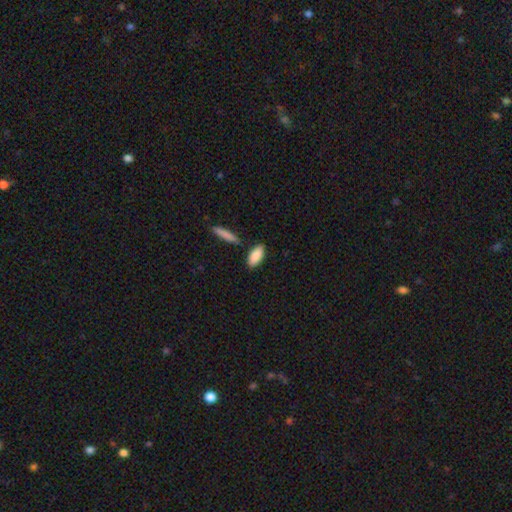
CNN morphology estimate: smooth-or-featured: smooth: 88% | featured or disk: 6% | star or artifact: 6%
  how-rounded: in between: 84% | cigar-shaped: 13% | round: 2%
  merging: none: 79% | minor disturbance: 12% | merger: 7% | major disturbance: 3%